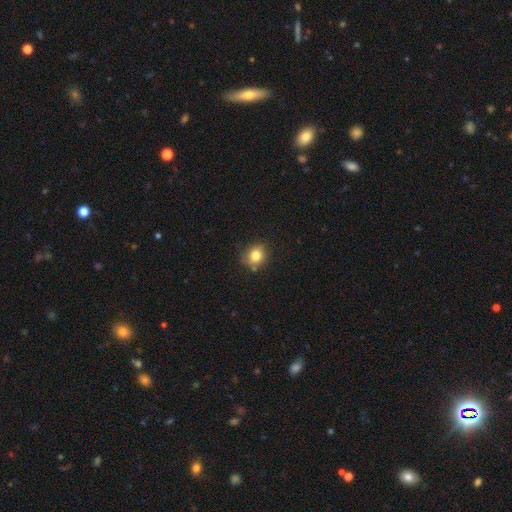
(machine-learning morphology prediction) A smooth galaxy with no disk features (80%) that is round (76%). Merging: none (77%).